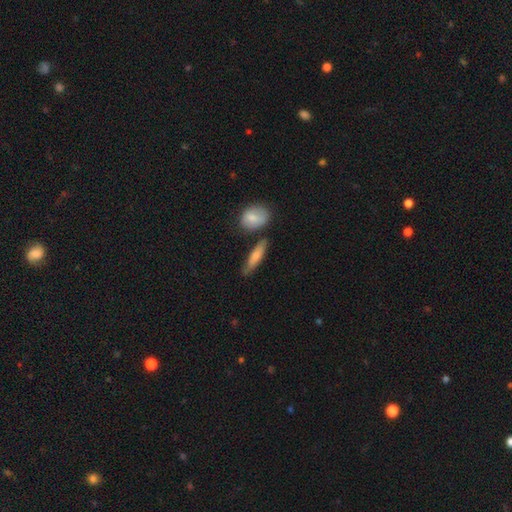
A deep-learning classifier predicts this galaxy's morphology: The model was most divided on "how rounded": cigar-shaped: 66%, in between: 30%, round: 4%. More confident: merging — none (71%); smooth or featured — smooth (70%).